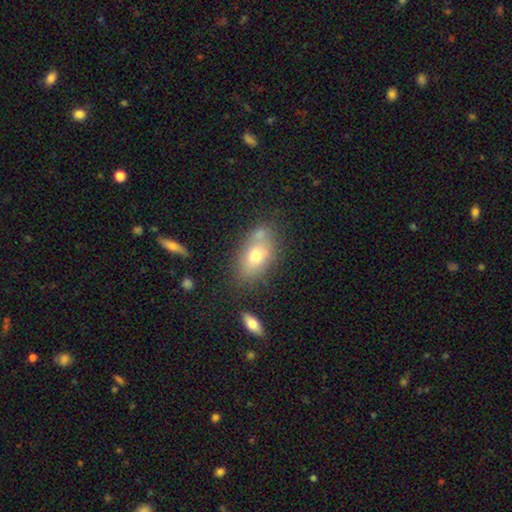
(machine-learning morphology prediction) Smooth or featured? smooth (69%)
How rounded? in between (85%)
Merging? none (60%)